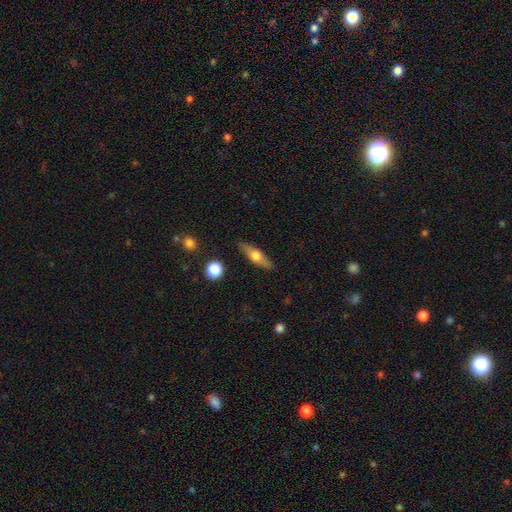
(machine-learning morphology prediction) Smooth or featured? featured or disk (48%)
Merging? none (86%)